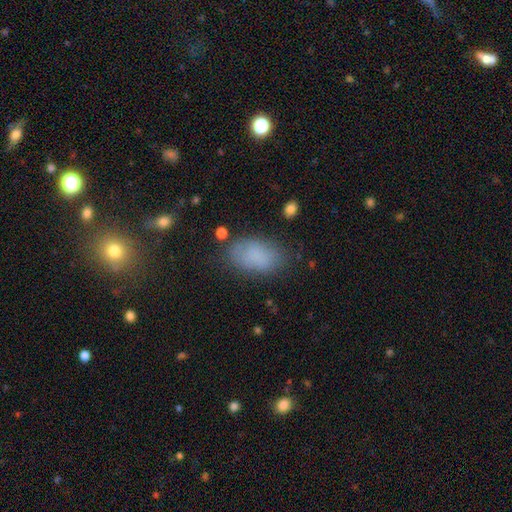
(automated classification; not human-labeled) smooth-or-featured: smooth: 81% | star or artifact: 9% | featured or disk: 9%
  how-rounded: in between: 92% | round: 6% | cigar-shaped: 2%
  merging: none: 72% | minor disturbance: 19% | major disturbance: 7% | merger: 3%